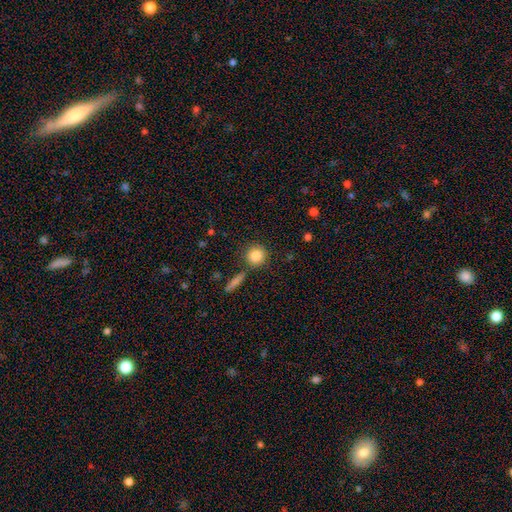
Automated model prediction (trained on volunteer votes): Smooth or featured? Predicted: smooth (p=0.86). How rounded? Predicted: round (p=0.90). Merging? Predicted: none (p=0.80).